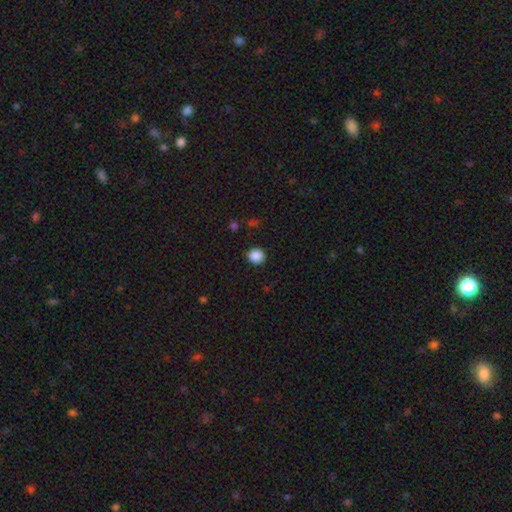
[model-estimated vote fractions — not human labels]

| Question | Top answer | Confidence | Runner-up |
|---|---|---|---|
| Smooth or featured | smooth | 88% | star or artifact (10%) |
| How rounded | round | 85% | in between (15%) |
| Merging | none | 90% | minor disturbance (7%) |